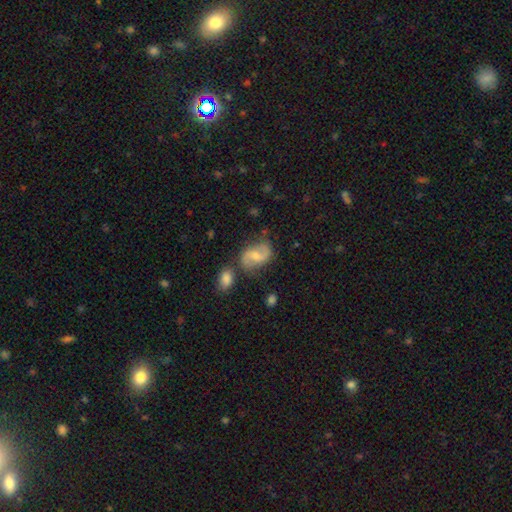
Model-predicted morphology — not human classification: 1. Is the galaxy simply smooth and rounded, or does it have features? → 69% featured or disk, 24% smooth, 7% star or artifact.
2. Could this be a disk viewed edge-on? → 97% no, 3% yes.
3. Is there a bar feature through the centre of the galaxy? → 47% weak, 38% no, 15% strong.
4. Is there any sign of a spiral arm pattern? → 90% yes, 10% no.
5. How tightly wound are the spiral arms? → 47% loose, 41% medium, 12% tight.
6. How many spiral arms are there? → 91% 2, 5% can't tell, 2% 1, 1% 3, 1% 4, 1% more than 4.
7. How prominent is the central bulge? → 51% moderate, 40% small, 5% none, 3% large, 1% dominant.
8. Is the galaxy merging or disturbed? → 67% none, 18% minor disturbance, 10% merger, 6% major disturbance.